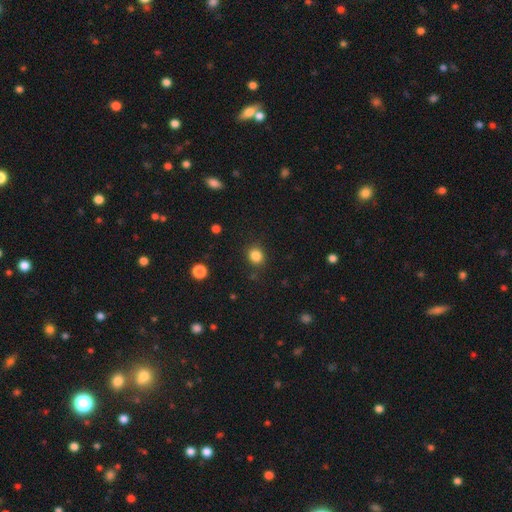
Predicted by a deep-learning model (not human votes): A smooth galaxy with no disk features (84%) that is round (73%).

Vote fractions:
- Smooth or featured? smooth: 84% / star or artifact: 12% / featured or disk: 4%
- How rounded? round: 73% / in between: 26% / cigar-shaped: 1%
- Merging? none: 86% / minor disturbance: 9% / major disturbance: 3% / merger: 2%